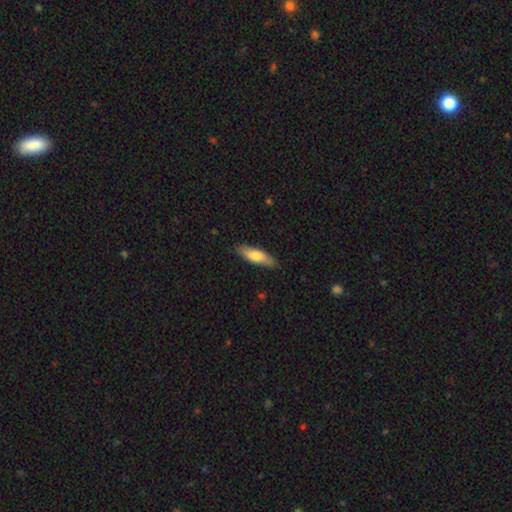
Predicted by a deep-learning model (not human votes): smooth_or_featured: smooth (p=0.73) [alt: featured or disk p=0.22]
how_rounded: cigar-shaped (p=0.56) [alt: in between p=0.42]
merging: none (p=0.85) [alt: minor disturbance p=0.12]